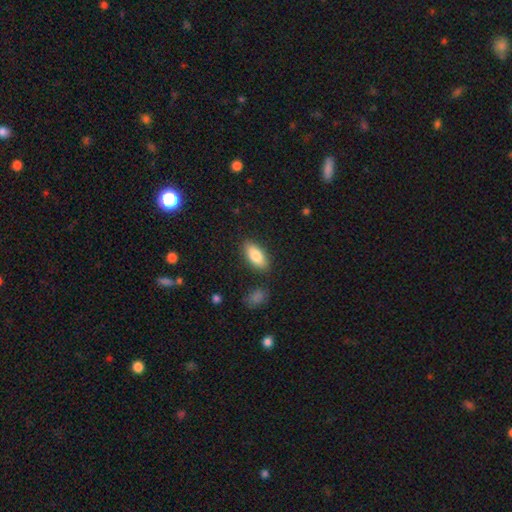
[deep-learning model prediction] A smooth galaxy with no disk features (82%) that is in between round and cigar-shaped (84%). Merging: none (85%).